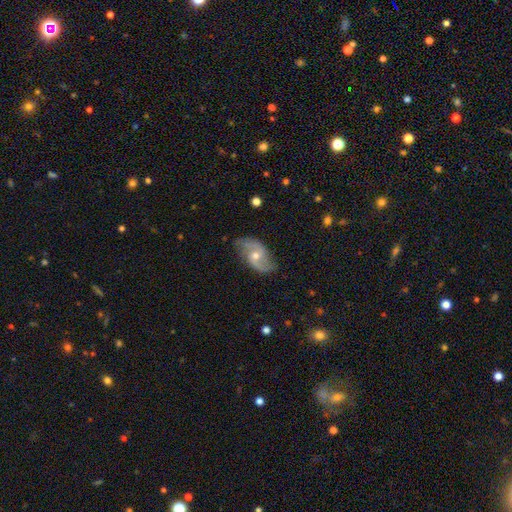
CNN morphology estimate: Smooth or featured? Predicted: featured or disk (p=0.80). Edge-on disk? Predicted: no (p=0.96). Bar? Predicted: no (p=0.51). Spiral arms? Predicted: yes (p=0.93). Spiral winding? Predicted: loose (p=0.49). Spiral arm count? Predicted: 2 (p=0.89). Bulge size? Predicted: moderate (p=0.56). Merging? Predicted: none (p=0.77).